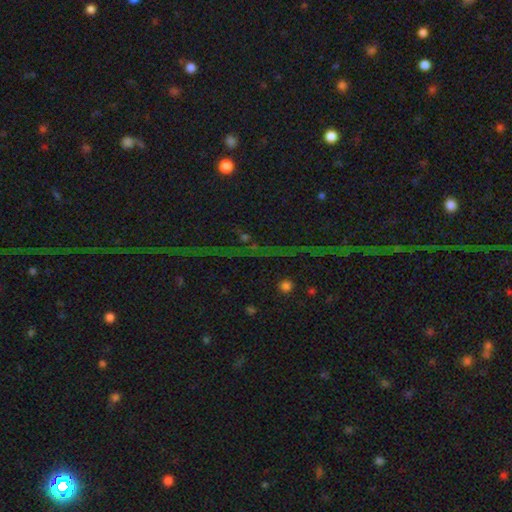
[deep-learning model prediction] This appears to be a star or artifact, not a galaxy (77%).